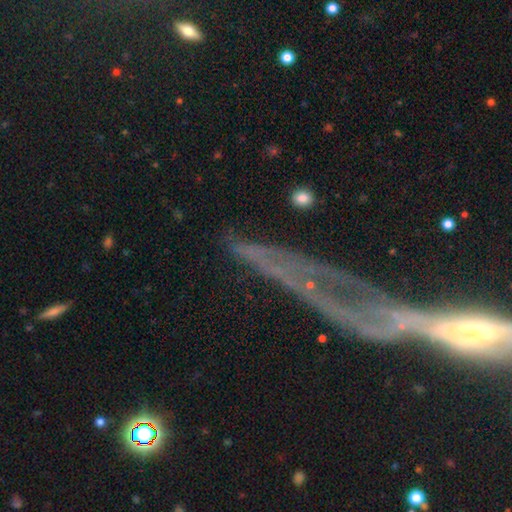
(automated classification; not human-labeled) This appears to be a featured or disk galaxy (46%). Merging: none (71%).